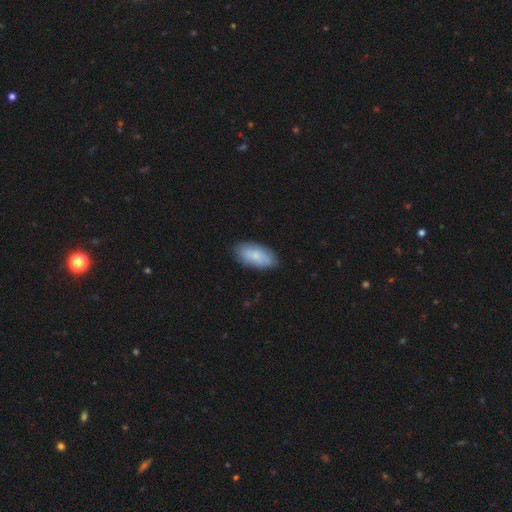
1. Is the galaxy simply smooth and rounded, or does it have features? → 59% smooth, 35% featured or disk, 5% star or artifact.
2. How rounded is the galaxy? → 100% in between, 0% round, 0% cigar-shaped.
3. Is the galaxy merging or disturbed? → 71% none, 17% minor disturbance, 9% major disturbance, 3% merger.